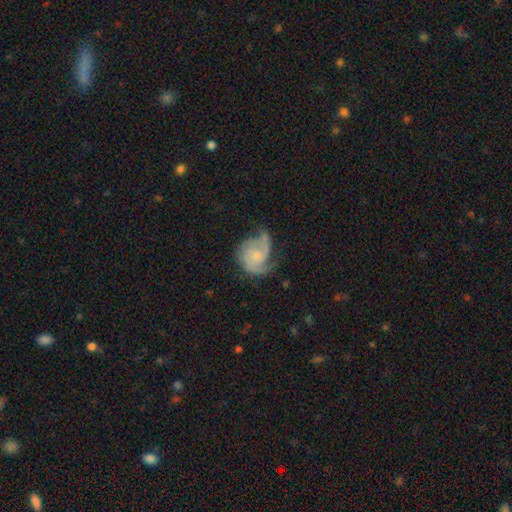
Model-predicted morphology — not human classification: Q: Smooth or featured?
A: featured or disk (82%); runner-up: smooth (12%)
Q: Edge-on disk?
A: no (98%); runner-up: yes (2%)
Q: Bar?
A: no (68%); runner-up: weak (28%)
Q: Spiral arms?
A: yes (96%); runner-up: no (4%)
Q: Spiral winding?
A: medium (47%); runner-up: tight (37%)
Q: Spiral arm count?
A: 2 (60%); runner-up: 3 (19%)
Q: Bulge size?
A: small (53%); runner-up: moderate (26%)
Q: Merging?
A: none (53%); runner-up: minor disturbance (26%)